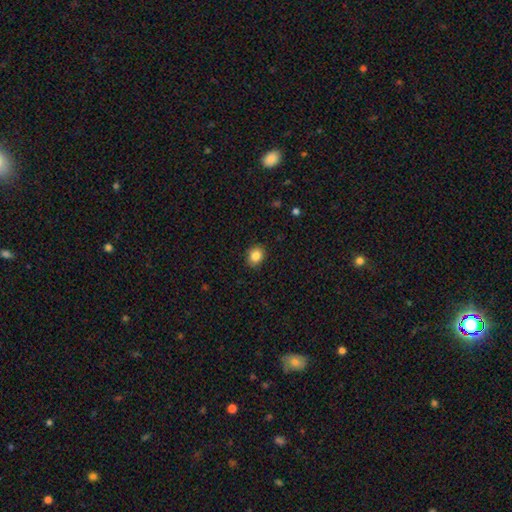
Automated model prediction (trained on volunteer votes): Overall: smooth (85%). How rounded: round (55%; in between 44%). Merging: none (88%).